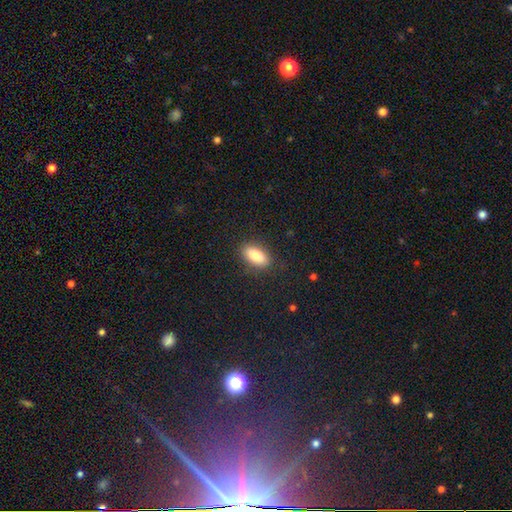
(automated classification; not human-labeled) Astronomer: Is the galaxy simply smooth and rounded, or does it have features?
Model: smooth — 84%.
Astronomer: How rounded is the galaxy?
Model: in between — 84%.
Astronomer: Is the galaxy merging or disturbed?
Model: none — 86%.